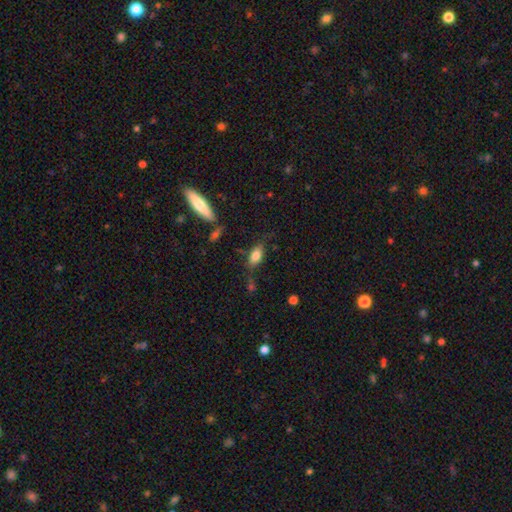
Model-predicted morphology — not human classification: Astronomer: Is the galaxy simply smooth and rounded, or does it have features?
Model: smooth — 77%.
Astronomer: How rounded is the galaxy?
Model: in between — 86%.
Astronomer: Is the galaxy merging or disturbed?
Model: none — 65%.